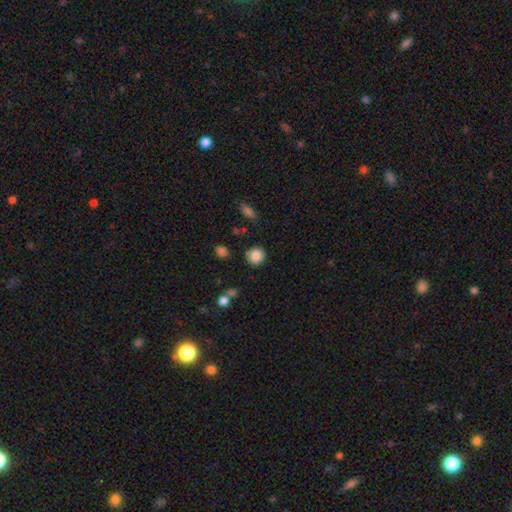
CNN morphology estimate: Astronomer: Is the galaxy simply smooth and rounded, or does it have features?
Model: smooth — 86%.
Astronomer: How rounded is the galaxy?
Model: round — 87%.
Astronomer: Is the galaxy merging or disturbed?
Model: none — 83%.